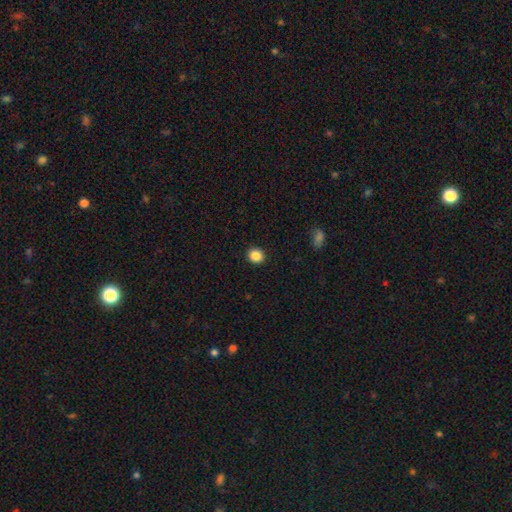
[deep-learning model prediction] Q: Smooth or featured?
A: smooth (87%); runner-up: star or artifact (10%)
Q: How rounded?
A: round (86%); runner-up: in between (13%)
Q: Merging?
A: none (93%); runner-up: minor disturbance (5%)